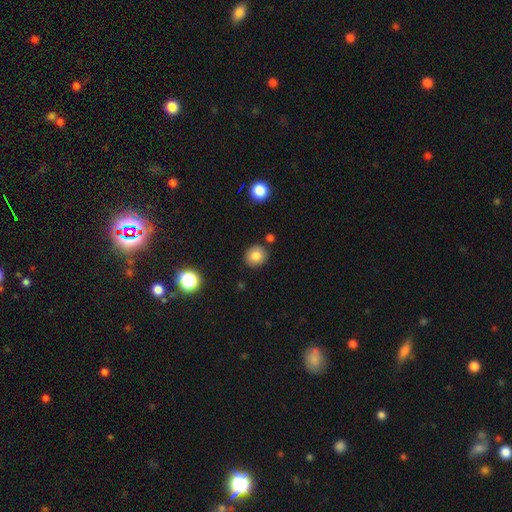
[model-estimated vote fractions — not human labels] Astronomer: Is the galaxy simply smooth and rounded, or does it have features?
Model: smooth — 82%.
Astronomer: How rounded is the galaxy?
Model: round — 83%.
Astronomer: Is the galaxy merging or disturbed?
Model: none — 86%.